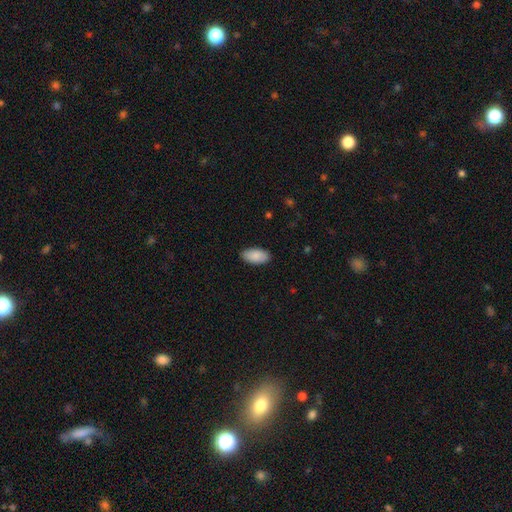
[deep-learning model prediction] This is clearly a smooth galaxy (88%). How rounded: clearly in between (95%). Merging: clearly none (87%).